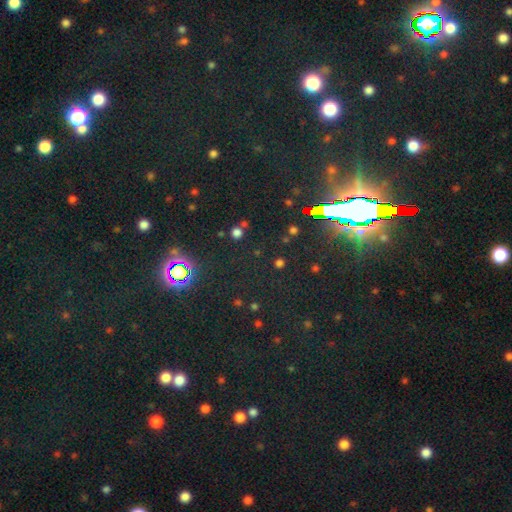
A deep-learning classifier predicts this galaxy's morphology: Smooth or featured?
  - star or artifact: 79% *
  - smooth: 13%
  - featured or disk: 8%